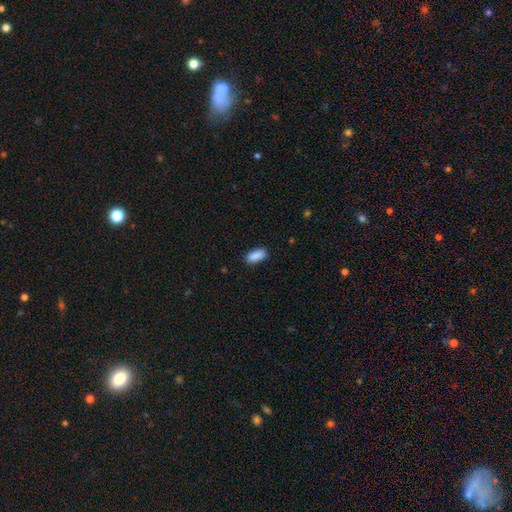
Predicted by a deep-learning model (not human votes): Smooth or featured? smooth (90%)
How rounded? in between (87%)
Merging? none (87%)